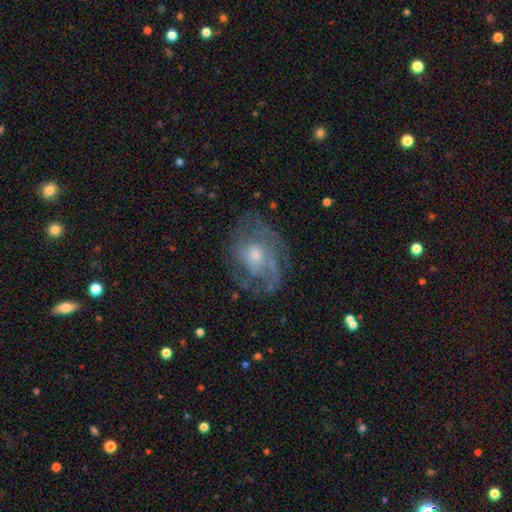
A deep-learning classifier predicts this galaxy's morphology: featured or disk 68%, smooth 24%, star or artifact 8%. Down the decision tree: edge-on disk — no (96%); bar — no (80%); spiral arms — yes (69%); bulge size — moderate (46%); merging — none (62%).